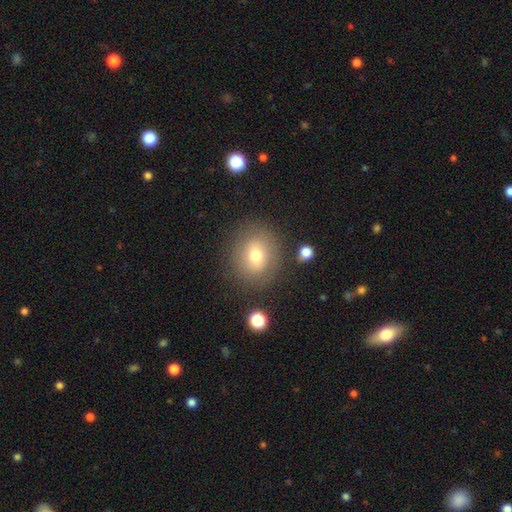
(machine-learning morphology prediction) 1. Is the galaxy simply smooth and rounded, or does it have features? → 70% smooth, 19% featured or disk, 11% star or artifact.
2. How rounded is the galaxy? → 71% round, 28% in between, 1% cigar-shaped.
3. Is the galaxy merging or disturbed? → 82% none, 11% minor disturbance, 5% major disturbance, 3% merger.